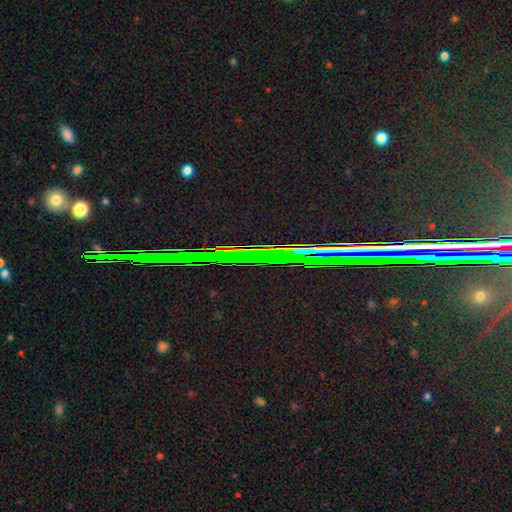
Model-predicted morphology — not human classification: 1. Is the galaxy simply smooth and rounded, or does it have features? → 85% star or artifact, 9% featured or disk, 6% smooth.